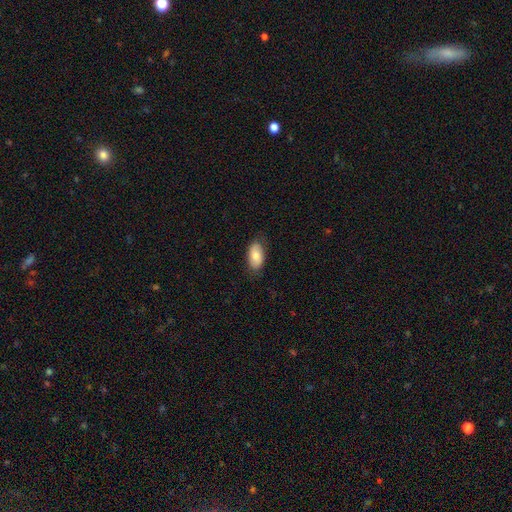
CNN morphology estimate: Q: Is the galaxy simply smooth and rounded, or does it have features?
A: smooth — 78%.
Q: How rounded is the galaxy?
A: in between — 94%.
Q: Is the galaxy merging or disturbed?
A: none — 81%.